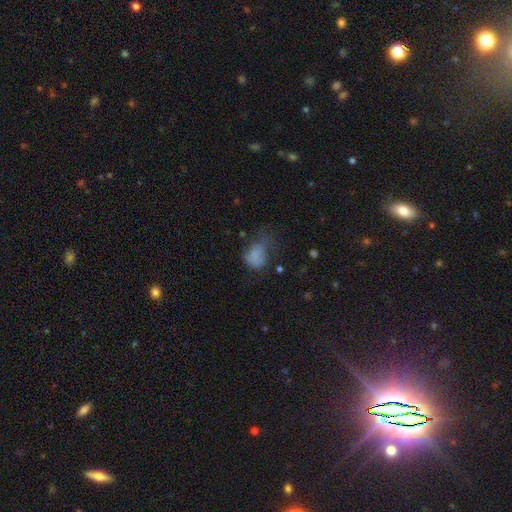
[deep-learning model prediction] Morphology: type=smooth (69%); roundness=in between (63%); merging=major disturbance (44%).